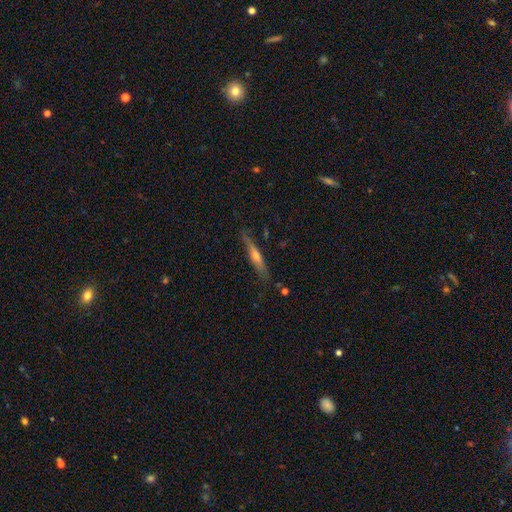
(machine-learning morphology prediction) This appears to be a featured or disk galaxy (61%) viewed edge-on (95%) with a rounded central bulge (82%). Merging: none (82%).